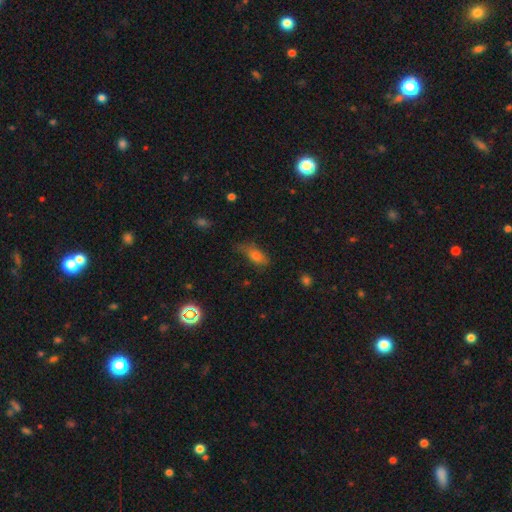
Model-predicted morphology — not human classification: type=smooth (69%); roundness=in between (78%); merging=none (50%).